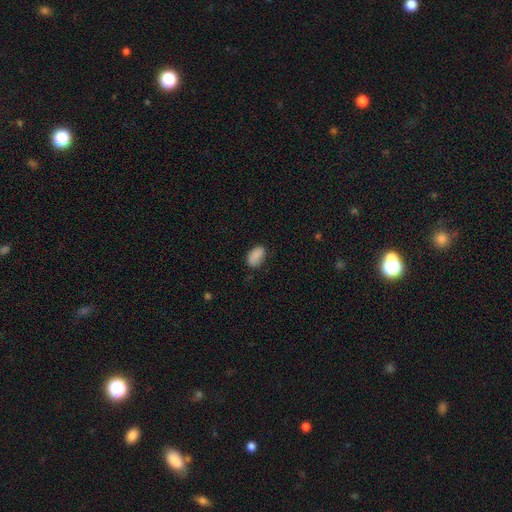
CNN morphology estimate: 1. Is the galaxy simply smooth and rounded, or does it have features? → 87% smooth, 8% star or artifact, 5% featured or disk.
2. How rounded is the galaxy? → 91% in between, 7% round, 2% cigar-shaped.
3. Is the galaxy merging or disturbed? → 74% none, 20% minor disturbance, 4% major disturbance, 1% merger.